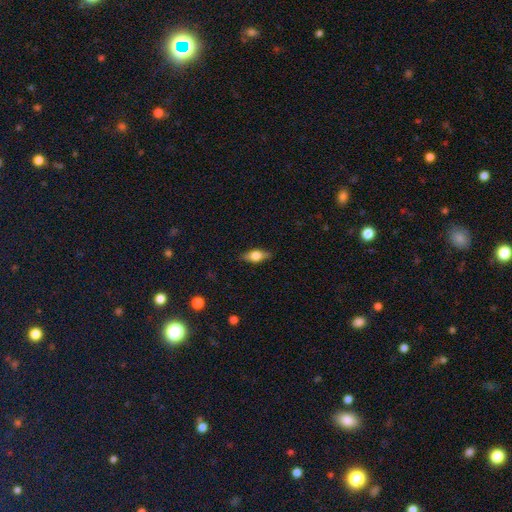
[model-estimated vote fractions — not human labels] Smooth or featured: smooth — 61% (featured or disk — 32%)
How rounded: in between — 73% (cigar-shaped — 22%)
Merging: none — 86% (minor disturbance — 10%)